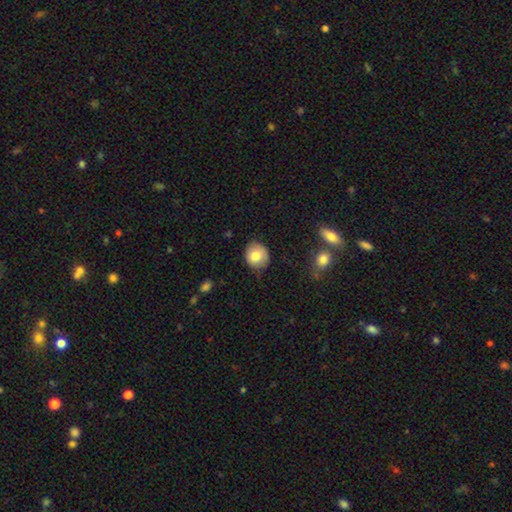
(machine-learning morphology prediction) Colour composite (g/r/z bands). It shows a smooth galaxy with no disk features (77%) that is round (77%). Merging: none (75%).